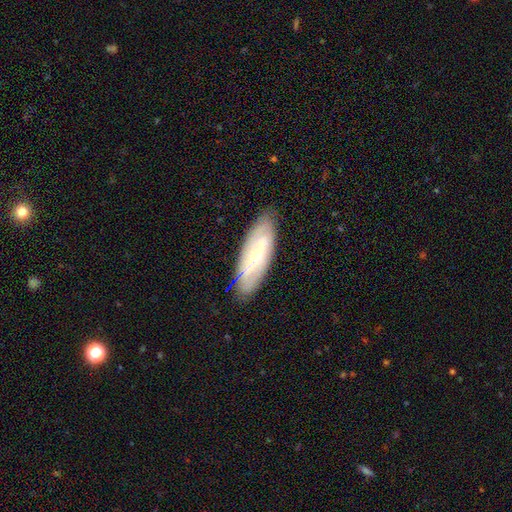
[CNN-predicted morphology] Smooth or featured: featured or disk — 68% (smooth — 26%)
Edge-on disk: no — 73% (yes — 27%)
Merging: none — 84% (minor disturbance — 12%)